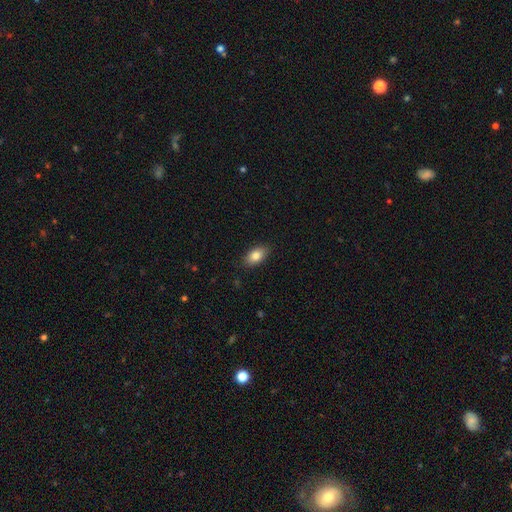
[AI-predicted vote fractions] Smooth or featured: smooth — 82% (featured or disk — 11%)
How rounded: in between — 90% (round — 7%)
Merging: none — 88% (minor disturbance — 9%)